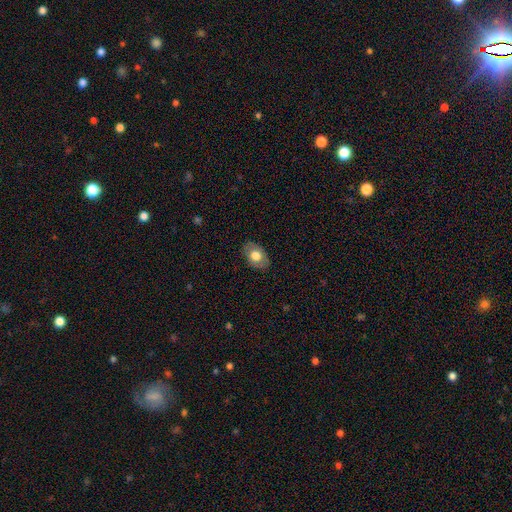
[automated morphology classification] Q: Smooth or featured?
A: smooth (67%); runner-up: featured or disk (26%)
Q: How rounded?
A: in between (82%); runner-up: round (17%)
Q: Merging?
A: none (83%); runner-up: minor disturbance (13%)